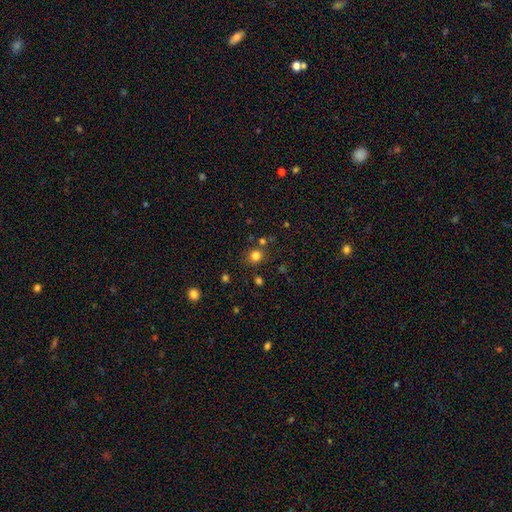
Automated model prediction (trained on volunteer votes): Smooth or featured?
  - smooth: 80% *
  - star or artifact: 15%
  - featured or disk: 5%
How rounded?
  - round: 86% *
  - in between: 13%
  - cigar-shaped: 1%
Merging?
  - none: 80% *
  - minor disturbance: 10%
  - merger: 7%
  - major disturbance: 3%